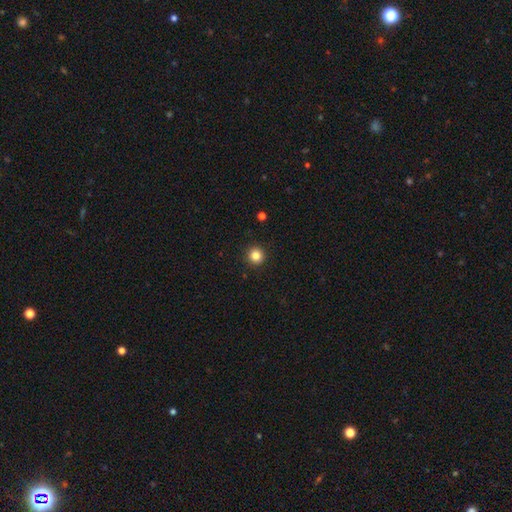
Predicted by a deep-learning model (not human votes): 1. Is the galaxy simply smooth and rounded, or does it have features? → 84% smooth, 12% star or artifact, 5% featured or disk.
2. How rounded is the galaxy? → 95% round, 4% in between, 1% cigar-shaped.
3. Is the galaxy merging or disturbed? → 93% none, 4% minor disturbance, 2% major disturbance, 1% merger.